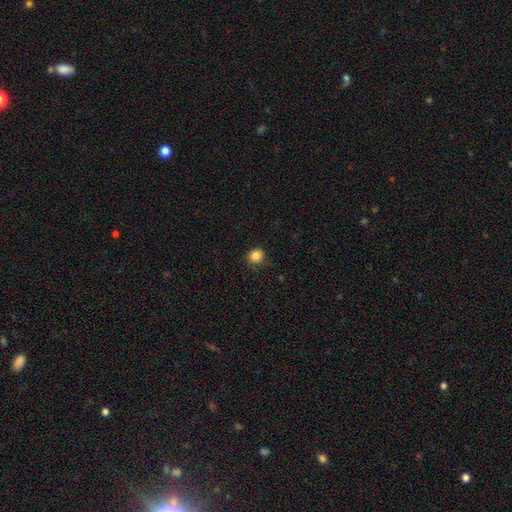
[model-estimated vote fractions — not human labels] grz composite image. It shows a smooth galaxy with no disk features (85%) that is round (86%). Merging: none (86%).